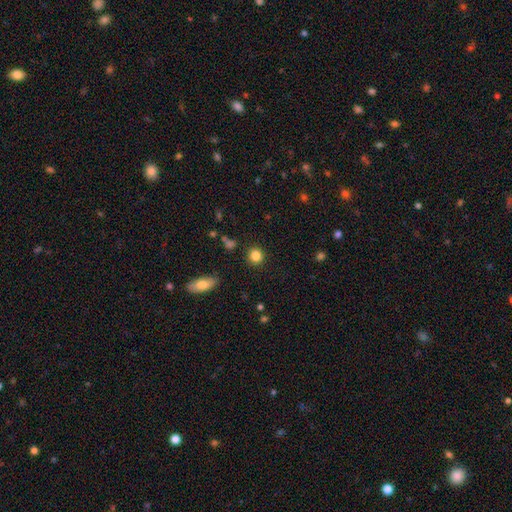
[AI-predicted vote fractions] smooth 84%, star or artifact 10%, featured or disk 5%. Down the decision tree: how rounded — round (88%); merging — none (89%).